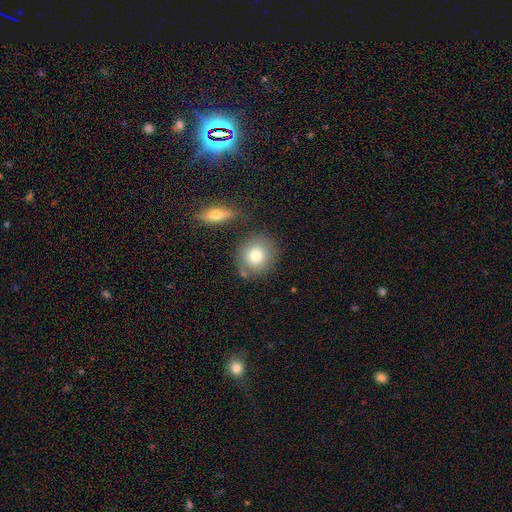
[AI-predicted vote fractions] Overall: smooth (77%). How rounded: round (85%). Merging: none (75%).